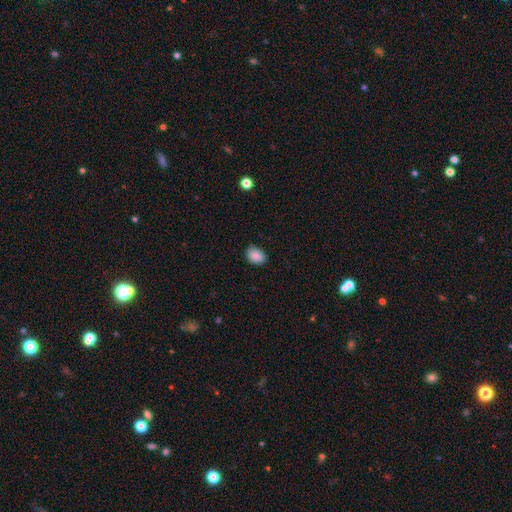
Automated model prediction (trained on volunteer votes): Q: Smooth or featured?
A: smooth (88%); runner-up: star or artifact (8%)
Q: How rounded?
A: in between (73%); runner-up: round (26%)
Q: Merging?
A: none (82%); runner-up: minor disturbance (14%)